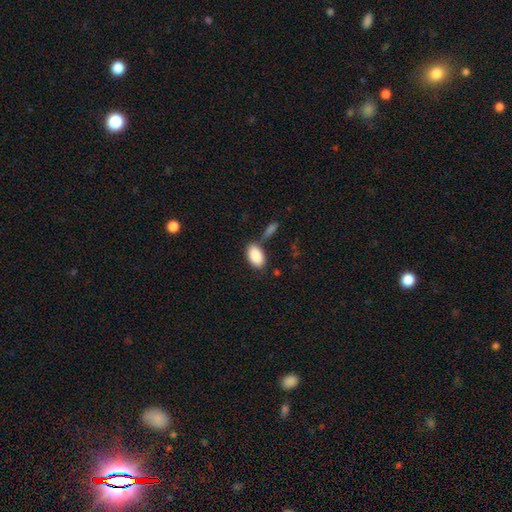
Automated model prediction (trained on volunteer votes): smooth-or-featured: smooth: 88% | star or artifact: 7% | featured or disk: 5%
  how-rounded: in between: 94% | round: 4% | cigar-shaped: 2%
  merging: none: 64% | merger: 15% | minor disturbance: 15% | major disturbance: 5%